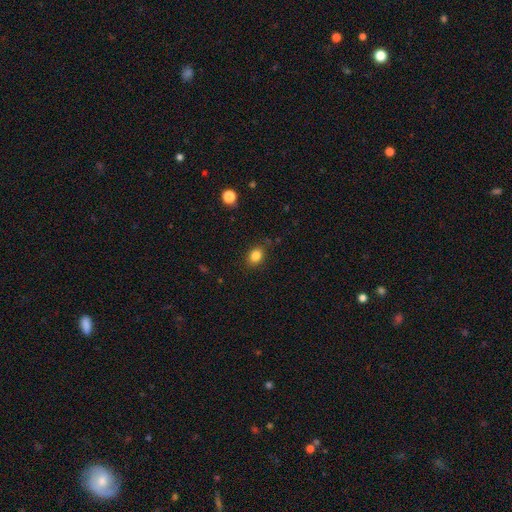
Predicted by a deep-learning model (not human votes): Smooth or featured? Predicted: smooth (p=0.84). How rounded? Predicted: in between (p=0.56). Merging? Predicted: none (p=0.82).